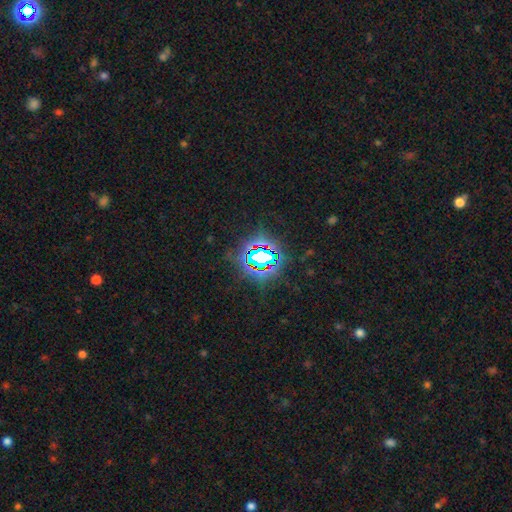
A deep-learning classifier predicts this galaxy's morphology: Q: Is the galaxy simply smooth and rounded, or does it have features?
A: star or artifact — 82%.